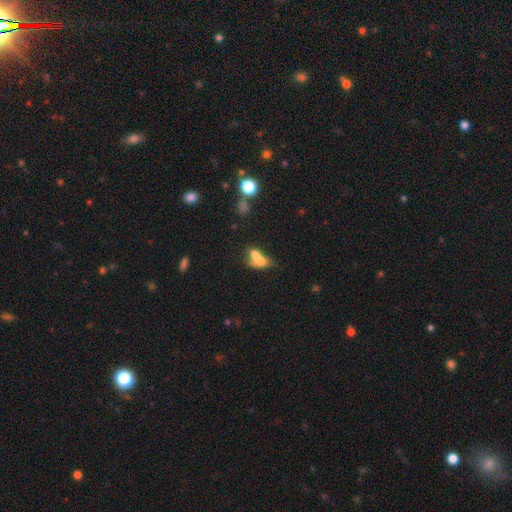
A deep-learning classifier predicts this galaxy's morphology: Smooth or featured? smooth (65%)
How rounded? in between (66%)
Merging? merger (69%)